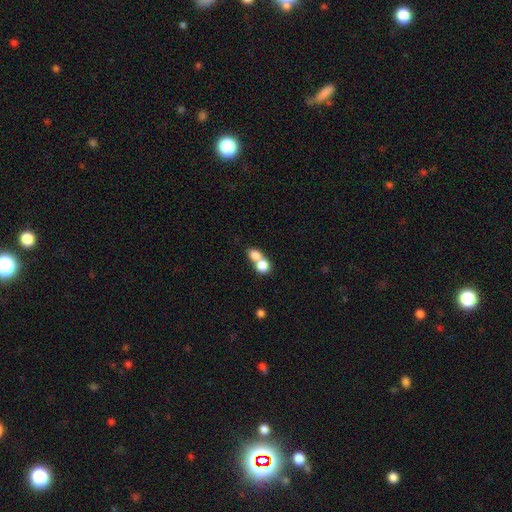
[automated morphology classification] Overall: smooth (77%). How rounded: round (62%; in between 36%). Merging: merger (66%).